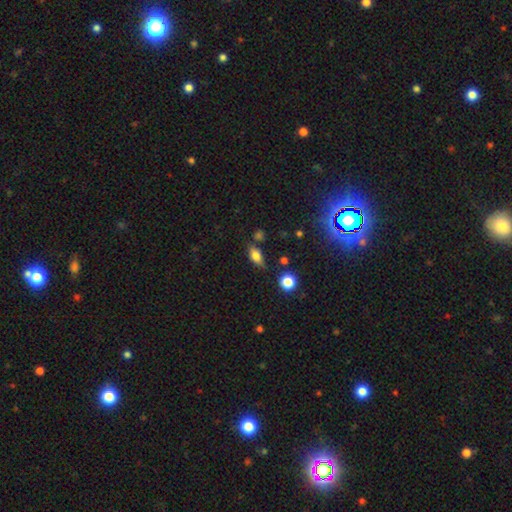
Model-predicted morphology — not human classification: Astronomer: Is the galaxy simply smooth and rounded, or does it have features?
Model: smooth — 71%.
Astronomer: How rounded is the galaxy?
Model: in between — 79%.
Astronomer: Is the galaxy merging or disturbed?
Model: none — 66%.